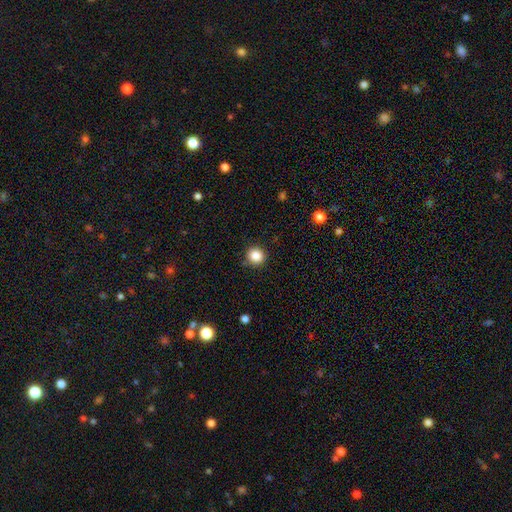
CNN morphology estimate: Q: Smooth or featured?
A: smooth (86%); runner-up: star or artifact (11%)
Q: How rounded?
A: round (93%); runner-up: in between (6%)
Q: Merging?
A: none (88%); runner-up: minor disturbance (8%)